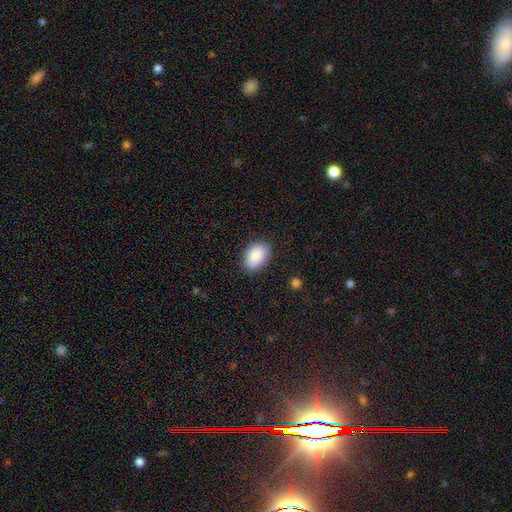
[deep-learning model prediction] smooth_or_featured: smooth (p=0.89) [alt: star or artifact p=0.06]
how_rounded: in between (p=0.89) [alt: round p=0.10]
merging: none (p=0.86) [alt: minor disturbance p=0.11]